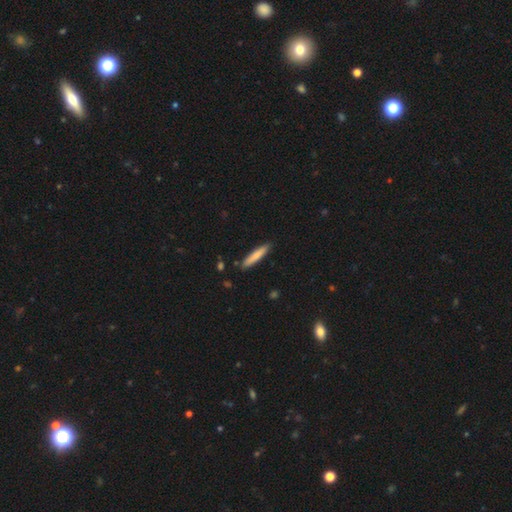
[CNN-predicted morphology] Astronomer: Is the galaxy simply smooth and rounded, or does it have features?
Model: smooth — 76%.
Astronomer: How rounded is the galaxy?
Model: cigar-shaped — 90%.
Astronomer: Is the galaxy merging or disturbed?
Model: none — 88%.